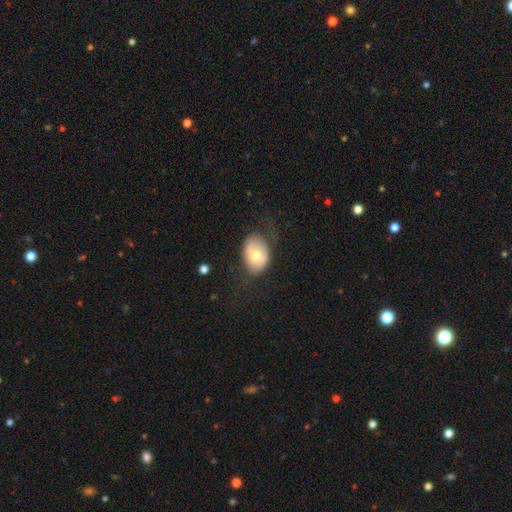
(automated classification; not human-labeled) Q: Smooth or featured?
A: smooth (63%); runner-up: featured or disk (30%)
Q: How rounded?
A: in between (79%); runner-up: round (20%)
Q: Merging?
A: none (61%); runner-up: minor disturbance (24%)